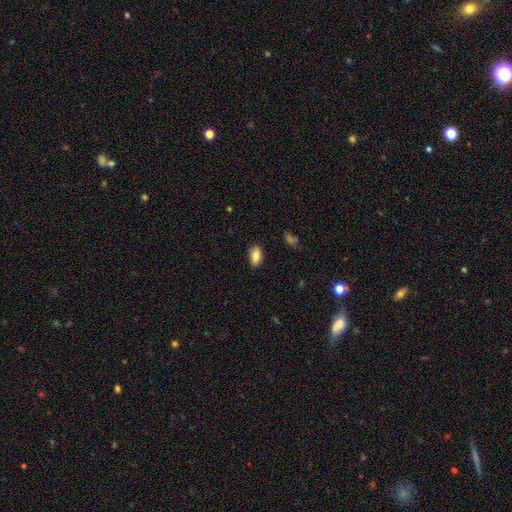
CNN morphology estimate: A smooth galaxy with no disk features (84%) that is in between round and cigar-shaped (91%).

Vote fractions:
- Smooth or featured? smooth: 84% / featured or disk: 8% / star or artifact: 8%
- How rounded? in between: 91% / cigar-shaped: 5% / round: 4%
- Merging? none: 87% / minor disturbance: 10% / major disturbance: 2% / merger: 1%